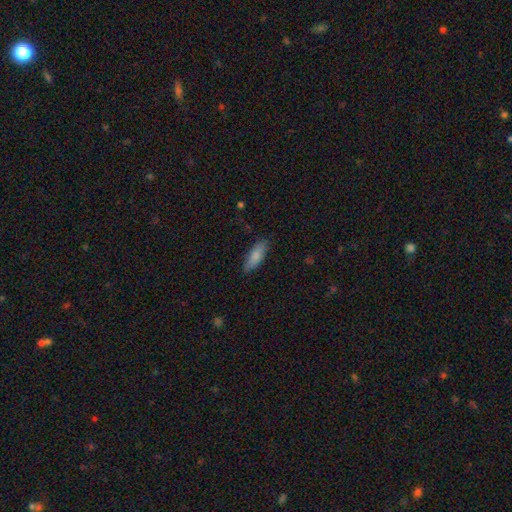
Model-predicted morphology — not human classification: smooth_or_featured: smooth (p=0.83) [alt: featured or disk p=0.11]
how_rounded: in between (p=0.68) [alt: cigar-shaped p=0.31]
merging: none (p=0.83) [alt: minor disturbance p=0.13]